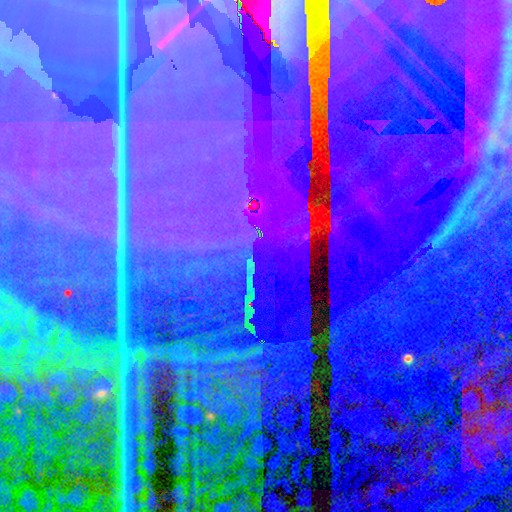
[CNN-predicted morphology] type=star or artifact (88%).